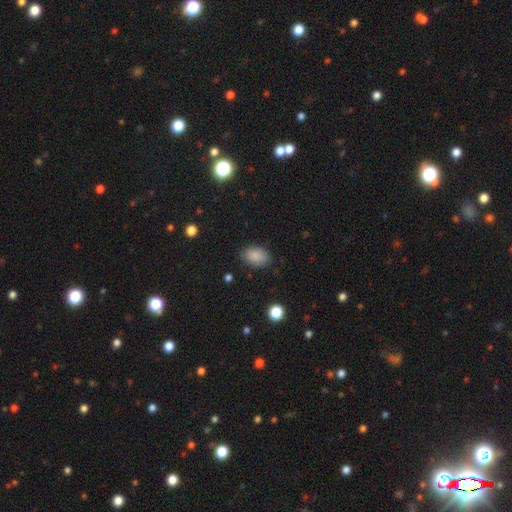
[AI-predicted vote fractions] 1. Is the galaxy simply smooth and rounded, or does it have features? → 87% smooth, 8% star or artifact, 4% featured or disk.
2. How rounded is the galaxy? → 86% in between, 13% round, 1% cigar-shaped.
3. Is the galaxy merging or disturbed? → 83% none, 13% minor disturbance, 3% major disturbance, 1% merger.